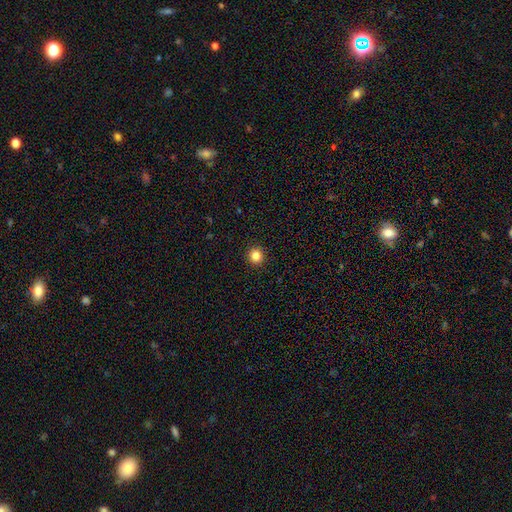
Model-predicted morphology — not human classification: smooth_or_featured: smooth (p=0.84) [alt: star or artifact p=0.12]
how_rounded: round (p=0.93) [alt: in between p=0.06]
merging: none (p=0.93) [alt: minor disturbance p=0.05]